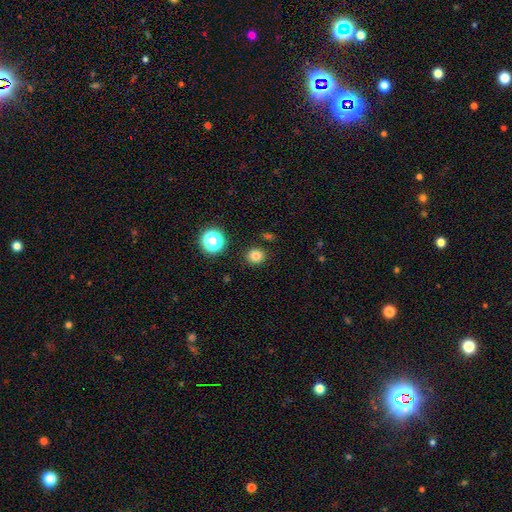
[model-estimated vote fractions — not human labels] A smooth galaxy with no disk features (80%) that is round (87%). Merging: none (88%).